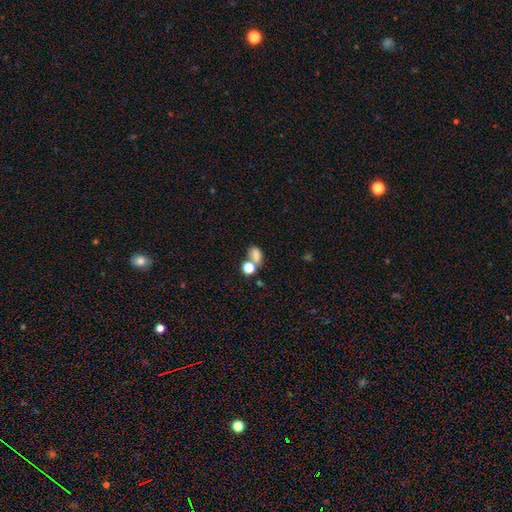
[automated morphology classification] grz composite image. It shows a smooth galaxy with no disk features (74%) that is in between round and cigar-shaped (75%). Merging: merger (43%).